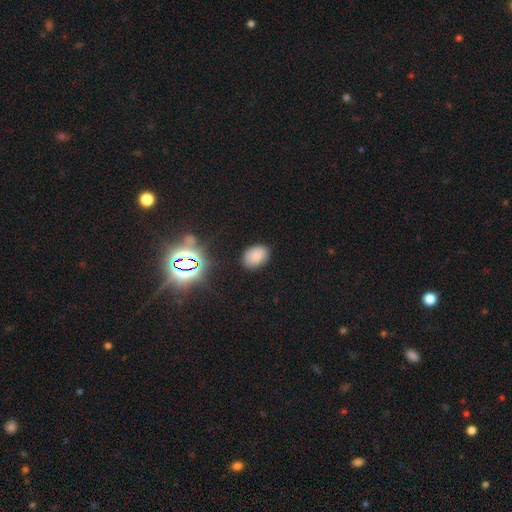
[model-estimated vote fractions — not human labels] Overall: smooth (80%). How rounded: in between (81%). Merging: none (82%).